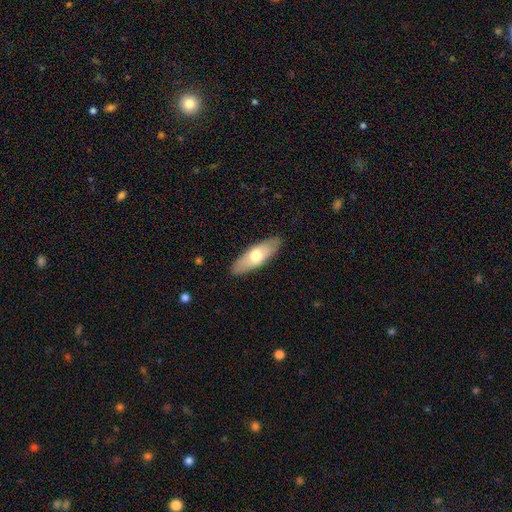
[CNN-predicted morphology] Smooth or featured? smooth (63%)
How rounded? in between (61%)
Merging? none (88%)